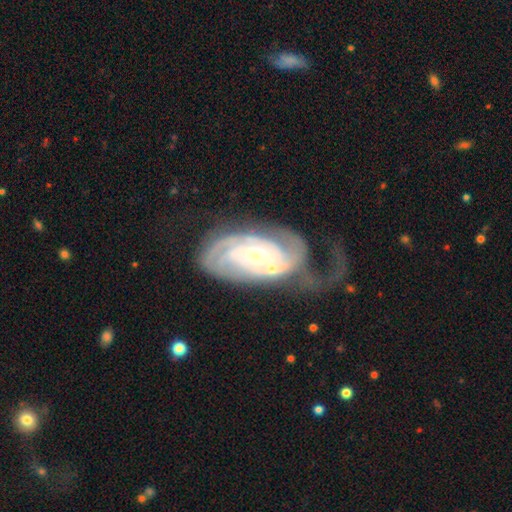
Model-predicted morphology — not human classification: smooth_or_featured: featured or disk (p=0.87) [alt: smooth p=0.07]
disk_edge_on: no (p=0.96) [alt: yes p=0.04]
bar: no (p=0.56) [alt: weak p=0.32]
has_spiral_arms: yes (p=0.96) [alt: no p=0.04]
spiral_winding: tight (p=0.70) [alt: medium p=0.23]
spiral_arm_count: 2 (p=0.30) [alt: can't tell p=0.28]
bulge_size: moderate (p=0.53) [alt: small p=0.42]
merging: major disturbance (p=0.31) [tied with: none p=0.31]